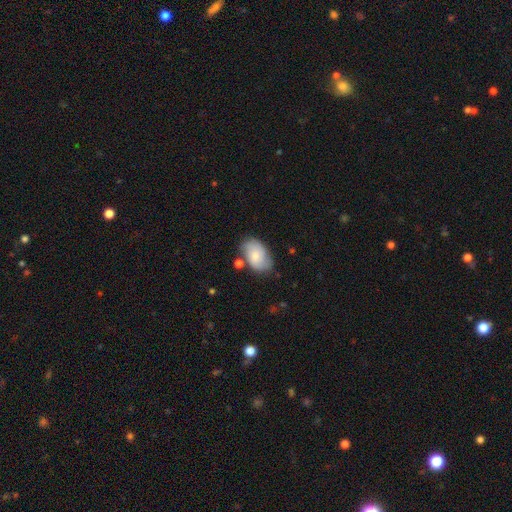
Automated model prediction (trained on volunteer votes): Morphology: type=smooth (61%); roundness=in between (88%); merging=none (64%).